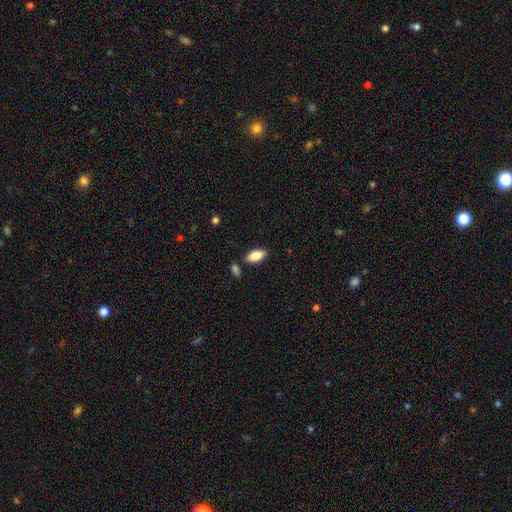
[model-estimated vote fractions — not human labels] Smooth or featured? Predicted: smooth (p=0.84). How rounded? Predicted: in between (p=0.90). Merging? Predicted: none (p=0.81).